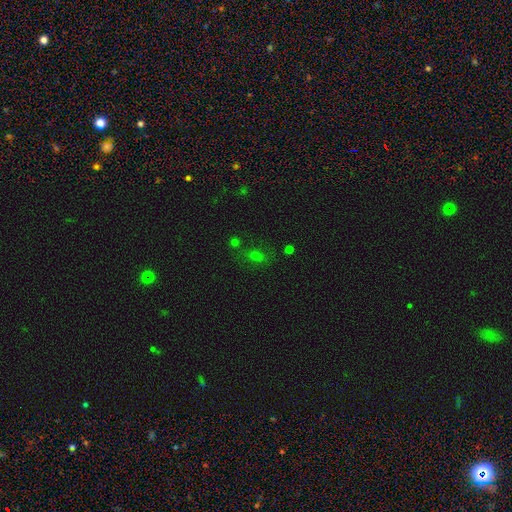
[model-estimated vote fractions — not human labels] This appears to be a smooth galaxy with no disk features (53%) that is in between round and cigar-shaped (58%). Merging: none (67%).